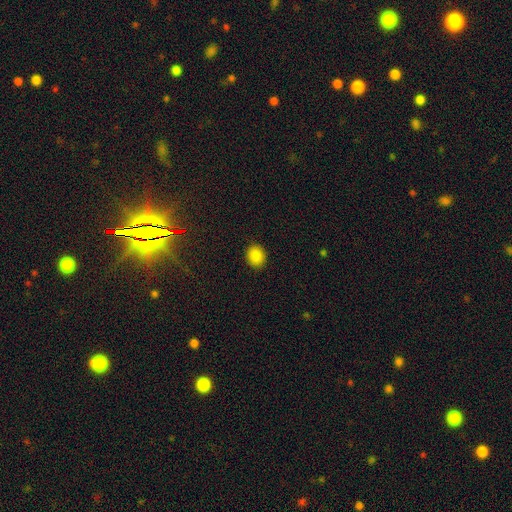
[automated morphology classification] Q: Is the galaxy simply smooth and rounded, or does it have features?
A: smooth — 86%.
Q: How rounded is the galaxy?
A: round — 68%.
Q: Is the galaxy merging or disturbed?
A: none — 91%.